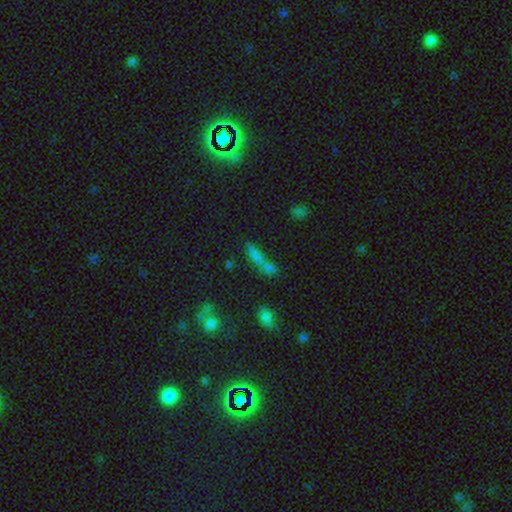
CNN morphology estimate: Smooth or featured?
  - smooth: 62% *
  - star or artifact: 22%
  - featured or disk: 15%
How rounded?
  - cigar-shaped: 63% *
  - in between: 30%
  - round: 7%
Merging?
  - merger: 45% *
  - none: 37%
  - minor disturbance: 11%
  - major disturbance: 7%